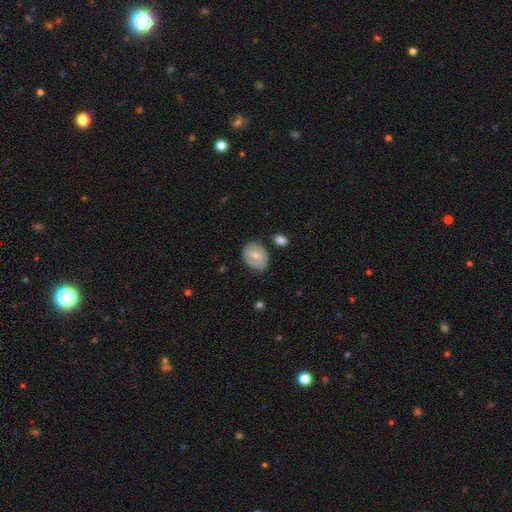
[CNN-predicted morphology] Smooth or featured? smooth (56%)
How rounded? in between (57%)
Merging? none (75%)